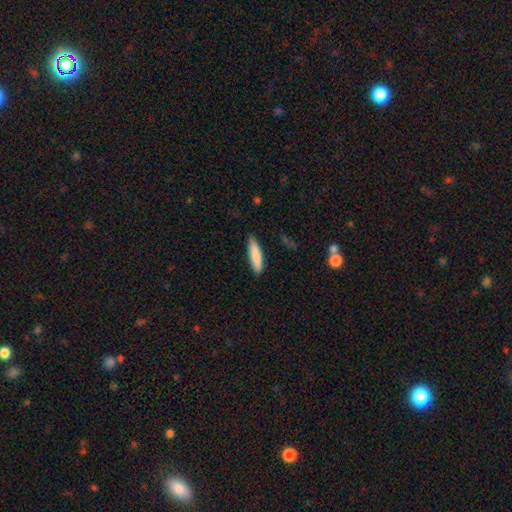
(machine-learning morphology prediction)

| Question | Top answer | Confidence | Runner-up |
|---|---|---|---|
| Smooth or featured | smooth | 84% | featured or disk (10%) |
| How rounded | cigar-shaped | 80% | in between (19%) |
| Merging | none | 85% | minor disturbance (12%) |